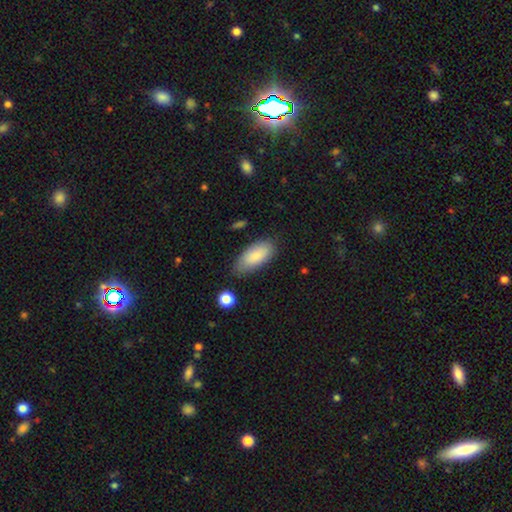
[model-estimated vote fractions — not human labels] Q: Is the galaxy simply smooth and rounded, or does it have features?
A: smooth — 84%.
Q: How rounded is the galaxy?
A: in between — 88%.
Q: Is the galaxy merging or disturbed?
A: none — 74%.